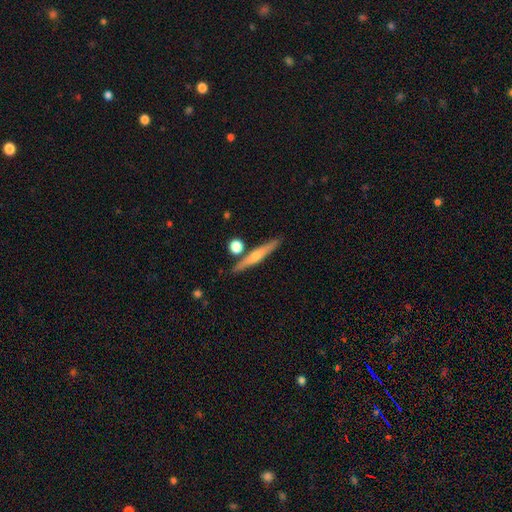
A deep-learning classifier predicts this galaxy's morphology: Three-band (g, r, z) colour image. It shows a featured or disk galaxy (63%) viewed edge-on (96%) with a rounded central bulge (79%). Merging: none (84%).